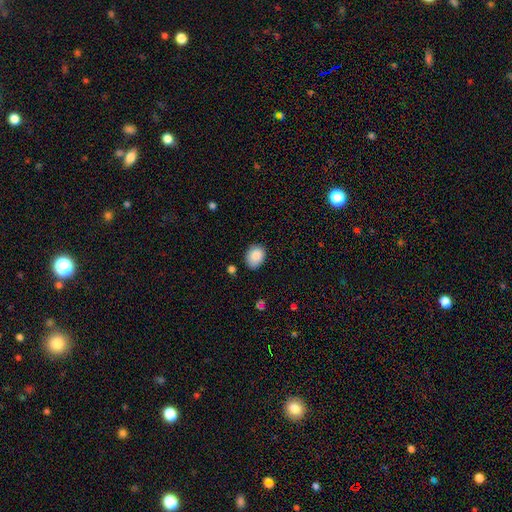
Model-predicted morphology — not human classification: smooth_or_featured: smooth (p=0.87) [alt: star or artifact p=0.08]
how_rounded: in between (p=0.60) [alt: round p=0.39]
merging: none (p=0.77) [alt: minor disturbance p=0.17]